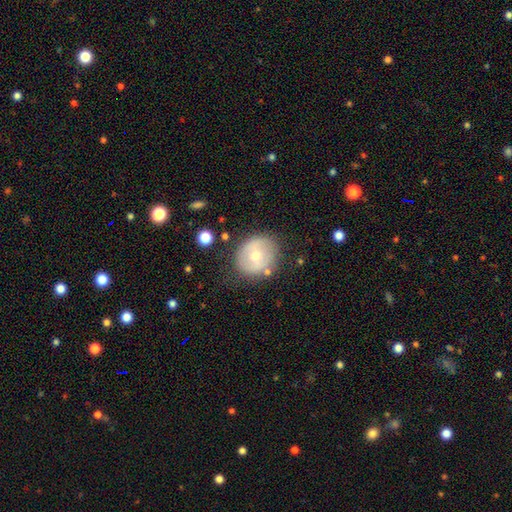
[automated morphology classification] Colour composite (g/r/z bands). It shows a smooth galaxy with no disk features (51%) that is round (83%). Merging: none (76%).